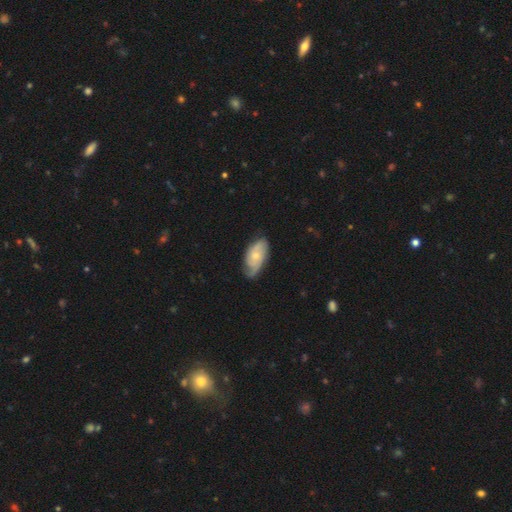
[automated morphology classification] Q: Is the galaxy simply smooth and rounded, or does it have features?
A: featured or disk — 63%.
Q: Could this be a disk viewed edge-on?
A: no — 94%.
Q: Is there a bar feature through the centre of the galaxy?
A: no — 76%.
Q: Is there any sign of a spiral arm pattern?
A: yes — 90%.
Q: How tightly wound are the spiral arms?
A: tight — 44%.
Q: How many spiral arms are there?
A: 2 — 41%.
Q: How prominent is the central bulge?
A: small — 59%.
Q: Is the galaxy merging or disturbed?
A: none — 63%.